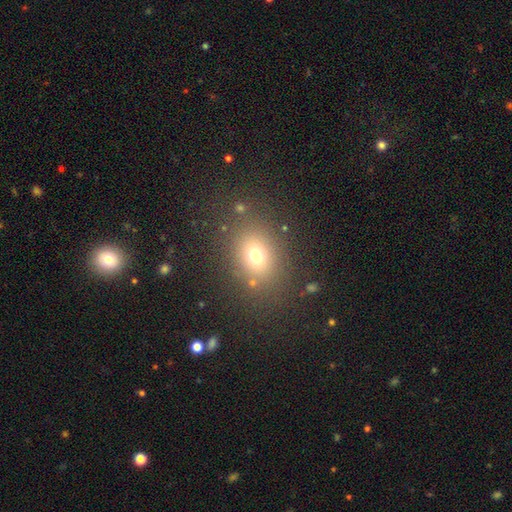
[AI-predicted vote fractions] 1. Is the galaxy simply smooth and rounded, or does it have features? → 70% smooth, 18% star or artifact, 12% featured or disk.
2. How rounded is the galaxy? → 52% in between, 46% round, 1% cigar-shaped.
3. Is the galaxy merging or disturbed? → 80% none, 11% minor disturbance, 6% major disturbance, 3% merger.